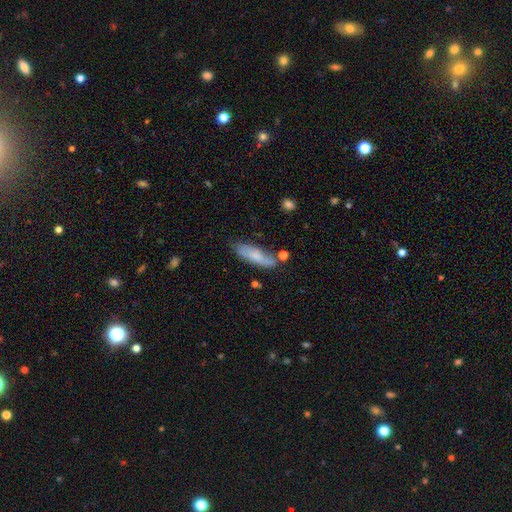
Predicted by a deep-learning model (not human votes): Smooth or featured? smooth (69%)
How rounded? cigar-shaped (50%)
Merging? none (65%)